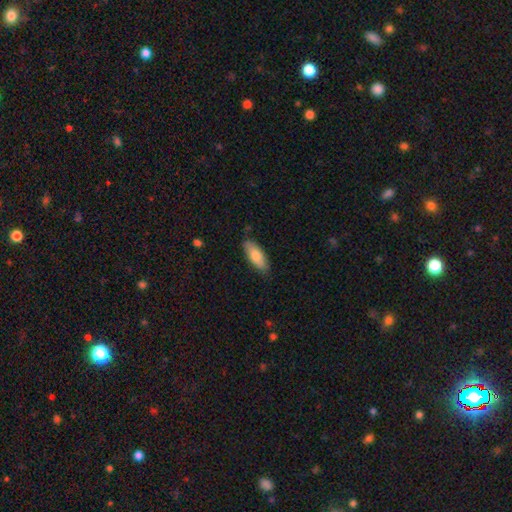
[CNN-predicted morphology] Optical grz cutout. It shows a smooth galaxy with no disk features (77%) that is in between round and cigar-shaped (74%). Merging: none (81%).